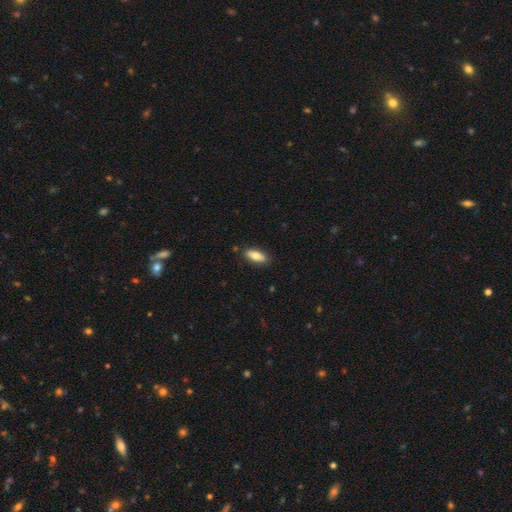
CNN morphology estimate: This appears to be a smooth galaxy with no disk features (79%) that is in between round and cigar-shaped (81%). Merging: none (85%).